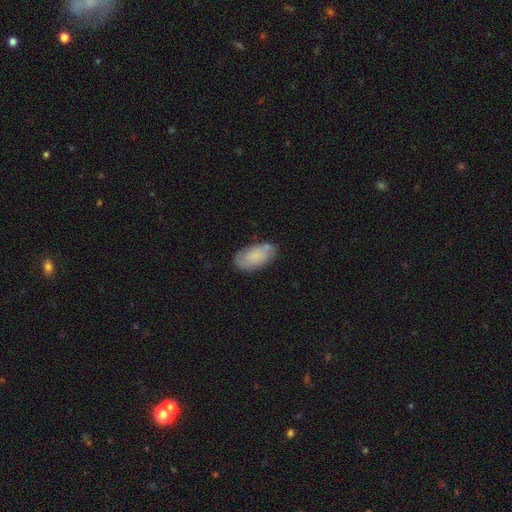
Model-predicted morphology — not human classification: Smooth or featured?
  - smooth: 67% *
  - featured or disk: 26%
  - star or artifact: 7%
How rounded?
  - in between: 94% *
  - round: 3%
  - cigar-shaped: 3%
Merging?
  - none: 69% *
  - minor disturbance: 21%
  - major disturbance: 5%
  - merger: 4%